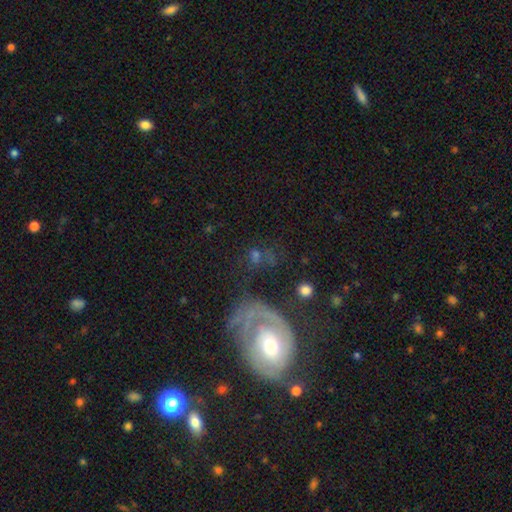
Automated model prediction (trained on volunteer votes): A featured or disk galaxy (41%).

Vote fractions:
- Smooth or featured? featured or disk: 41% / smooth: 36% / star or artifact: 23%
- Merging? none: 52% / major disturbance: 20% / minor disturbance: 17% / merger: 11%